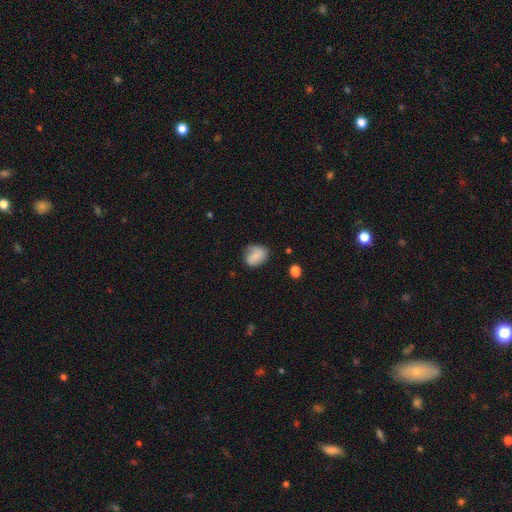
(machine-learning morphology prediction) smooth-or-featured: smooth: 73% | featured or disk: 19% | star or artifact: 8%
  how-rounded: in between: 59% | round: 40% | cigar-shaped: 1%
  merging: none: 61% | minor disturbance: 28% | major disturbance: 8% | merger: 3%